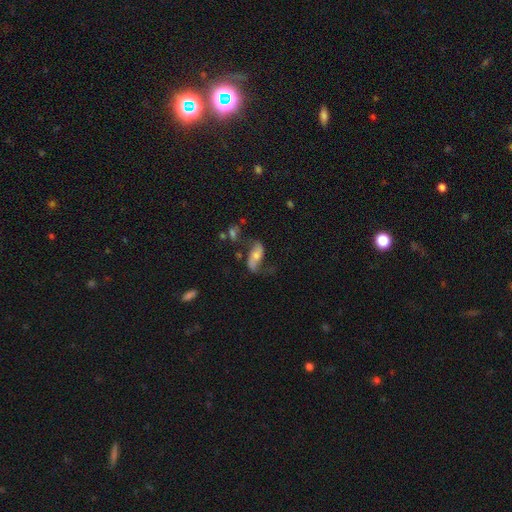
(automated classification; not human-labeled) Q: Smooth or featured?
A: featured or disk (66%); runner-up: smooth (26%)
Q: Edge-on disk?
A: no (91%); runner-up: yes (9%)
Q: Bar?
A: no (54%); runner-up: weak (29%)
Q: Spiral arms?
A: yes (86%); runner-up: no (14%)
Q: Spiral winding?
A: loose (76%); runner-up: medium (18%)
Q: Spiral arm count?
A: 2 (87%); runner-up: 1 (6%)
Q: Bulge size?
A: moderate (50%); runner-up: small (36%)
Q: Merging?
A: none (51%); runner-up: minor disturbance (21%)